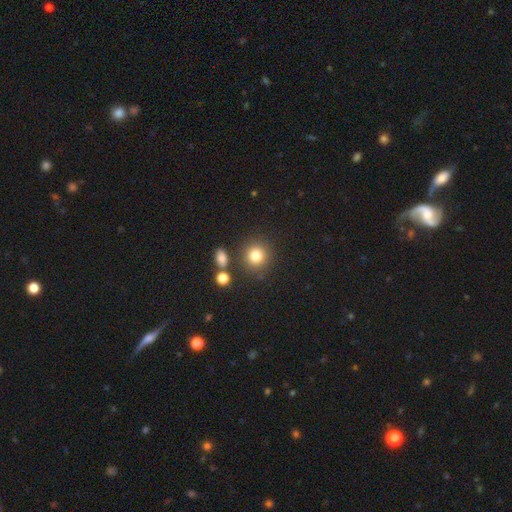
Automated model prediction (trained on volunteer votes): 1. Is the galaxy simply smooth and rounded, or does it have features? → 80% smooth, 12% star or artifact, 7% featured or disk.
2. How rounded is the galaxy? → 89% round, 10% in between, 1% cigar-shaped.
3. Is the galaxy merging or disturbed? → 81% none, 8% minor disturbance, 8% merger, 3% major disturbance.